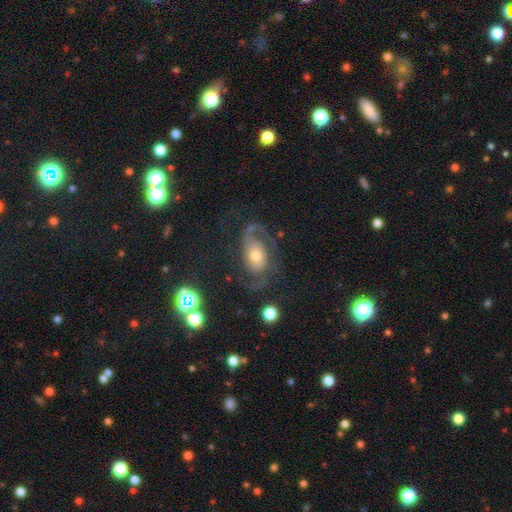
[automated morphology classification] A featured or disk galaxy (80%) with no bar (68%), 2 (81%) medium (50%) spiral arms (94%) and a moderate central bulge (56%). Merging: none (63%).